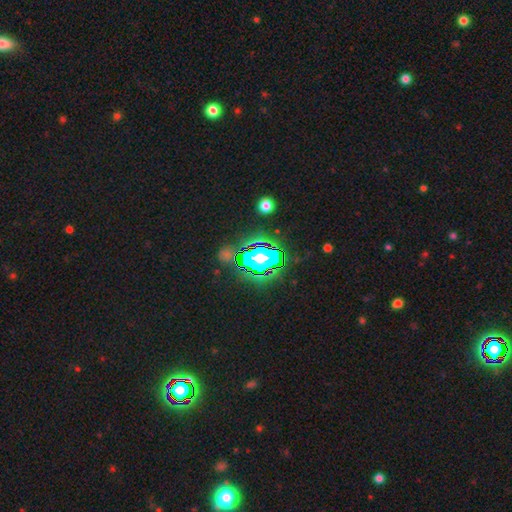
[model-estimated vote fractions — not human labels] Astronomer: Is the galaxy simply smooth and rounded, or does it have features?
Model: star or artifact — 80%.